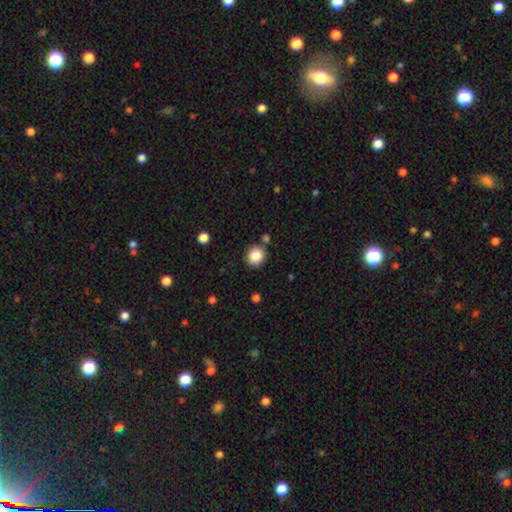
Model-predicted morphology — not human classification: smooth_or_featured: smooth (p=0.86) [alt: star or artifact p=0.10]
how_rounded: round (p=0.87) [alt: in between p=0.12]
merging: none (p=0.84) [alt: minor disturbance p=0.08]